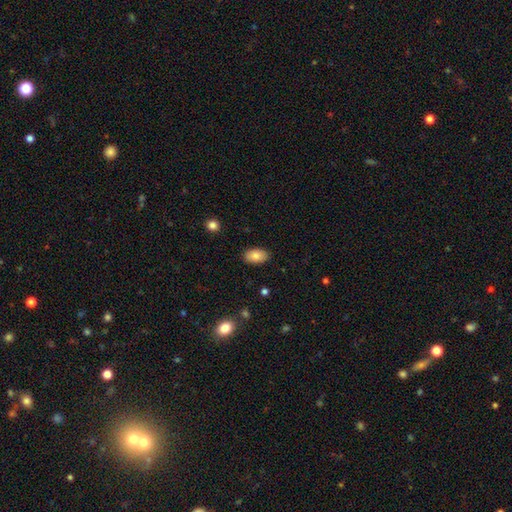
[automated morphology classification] This appears to be a smooth galaxy with no disk features (86%) that is in between round and cigar-shaped (93%). Merging: none (87%).